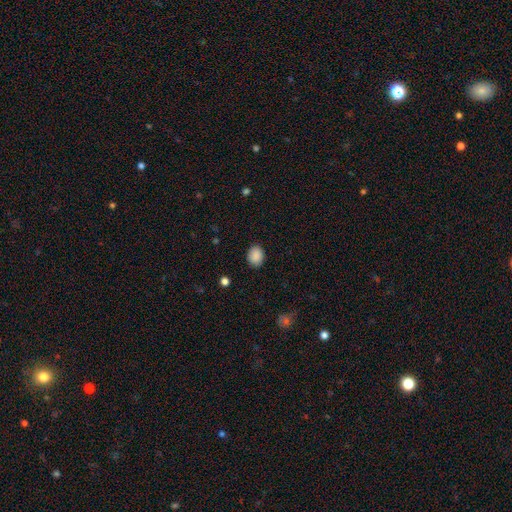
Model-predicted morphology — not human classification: This appears to be a smooth galaxy with no disk features (89%) that is in between round and cigar-shaped (53%). Merging: none (87%).